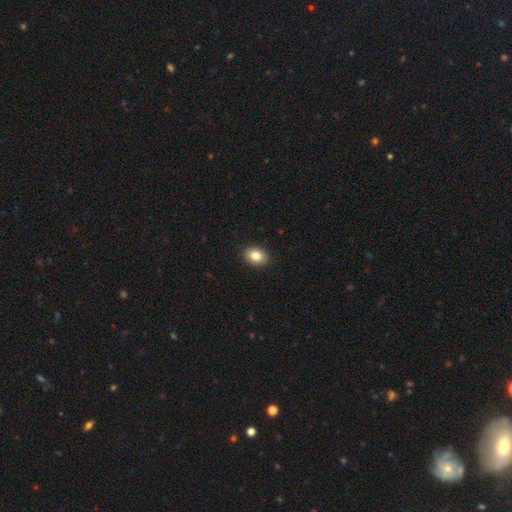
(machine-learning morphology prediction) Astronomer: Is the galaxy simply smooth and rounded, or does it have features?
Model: smooth — 83%.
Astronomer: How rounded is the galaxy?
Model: in between — 63%.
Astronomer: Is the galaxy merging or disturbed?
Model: none — 91%.